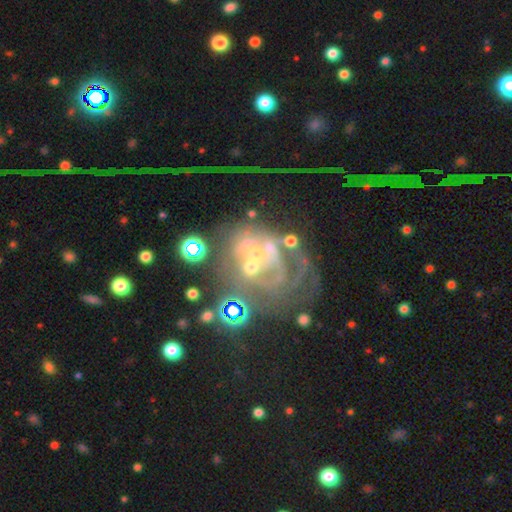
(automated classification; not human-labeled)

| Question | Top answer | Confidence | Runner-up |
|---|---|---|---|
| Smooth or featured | featured or disk | 69% | star or artifact (18%) |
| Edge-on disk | no | 98% | yes (2%) |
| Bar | no | 83% | weak (13%) |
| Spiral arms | no | 55% | yes (45%) |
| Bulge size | small | 41% | moderate (31%) |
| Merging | major disturbance | 35% | none (26%) |